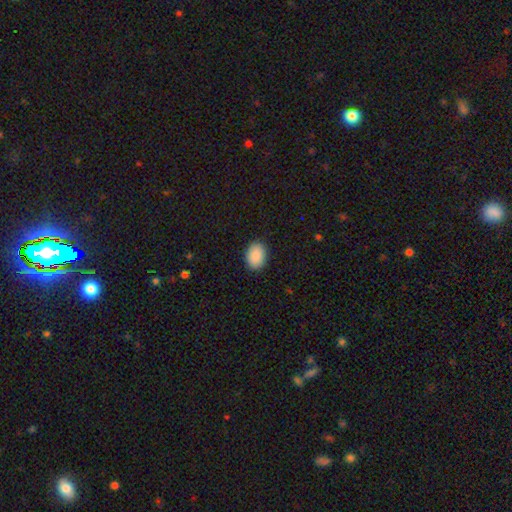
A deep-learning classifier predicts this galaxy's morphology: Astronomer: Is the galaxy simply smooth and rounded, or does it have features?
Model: smooth — 90%.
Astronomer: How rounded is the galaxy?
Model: in between — 75%.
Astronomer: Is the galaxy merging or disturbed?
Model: none — 89%.